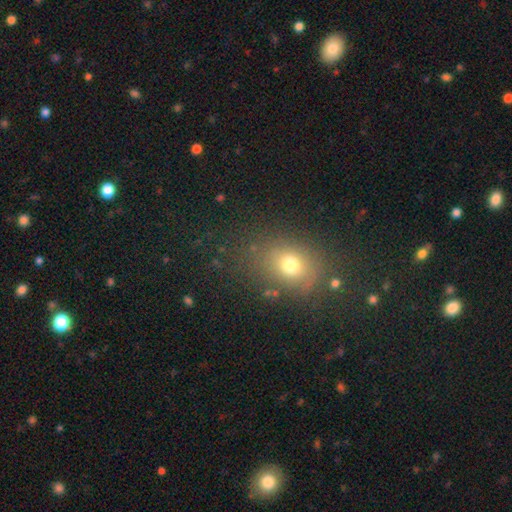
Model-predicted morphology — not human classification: smooth-or-featured: smooth: 65% | star or artifact: 25% | featured or disk: 11%
  how-rounded: in between: 54% | round: 44% | cigar-shaped: 2%
  merging: none: 79% | minor disturbance: 13% | major disturbance: 5% | merger: 3%